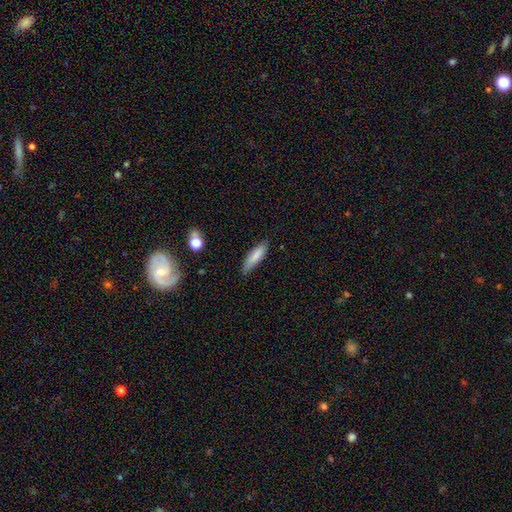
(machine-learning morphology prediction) Overall: smooth (82%). How rounded: cigar-shaped (61%; in between 37%). Merging: none (74%).